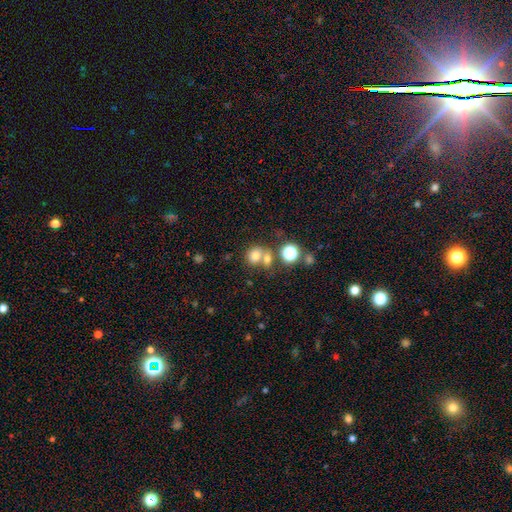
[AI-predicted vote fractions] smooth-or-featured: smooth: 73% | star or artifact: 16% | featured or disk: 11%
  how-rounded: round: 66% | in between: 33% | cigar-shaped: 1%
  merging: none: 45% | merger: 41% | minor disturbance: 9% | major disturbance: 5%